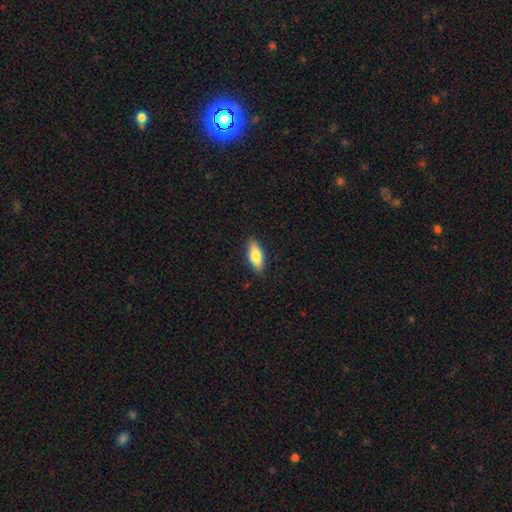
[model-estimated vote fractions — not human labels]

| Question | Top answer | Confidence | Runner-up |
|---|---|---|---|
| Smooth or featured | smooth | 76% | featured or disk (18%) |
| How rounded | in between | 73% | cigar-shaped (25%) |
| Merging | none | 88% | minor disturbance (9%) |